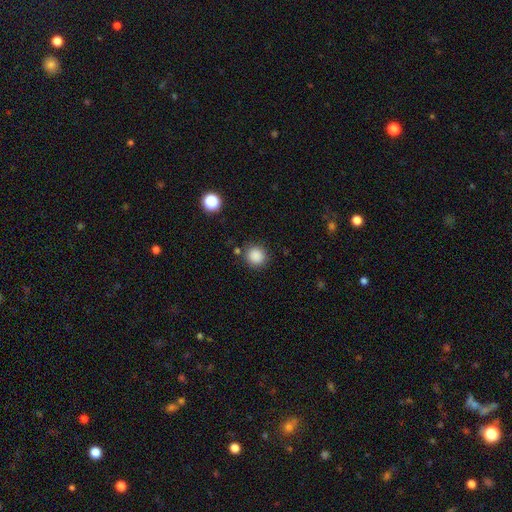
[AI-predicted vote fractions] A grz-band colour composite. It shows a smooth galaxy with no disk features (87%) that is round (91%). Merging: none (86%).